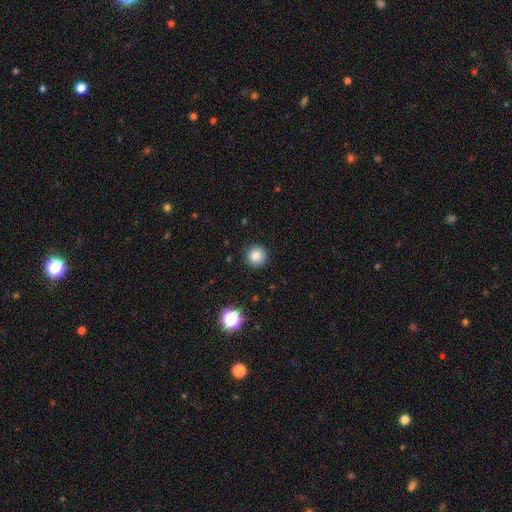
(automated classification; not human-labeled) This is clearly a smooth galaxy (82%). How rounded: clearly round (95%). Merging: clearly none (90%).